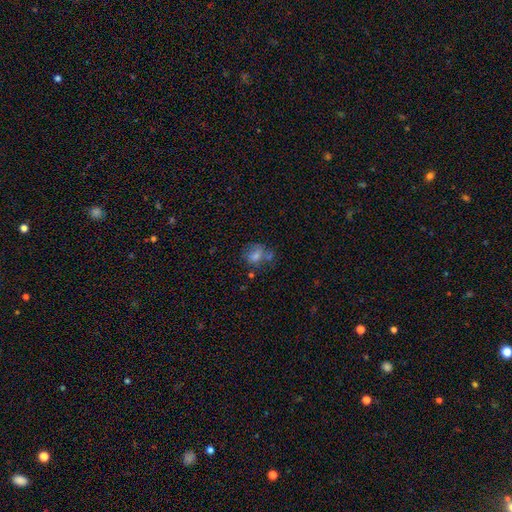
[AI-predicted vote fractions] Smooth or featured? Predicted: smooth (p=0.52). How rounded? Predicted: round (p=0.52). Merging? Predicted: none (p=0.49).